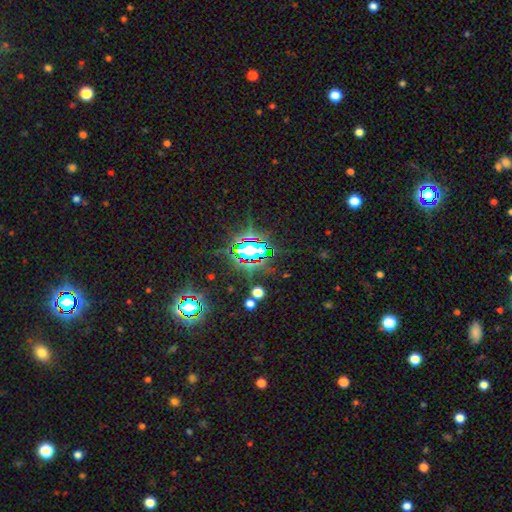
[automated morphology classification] Overall: star or artifact (80%).